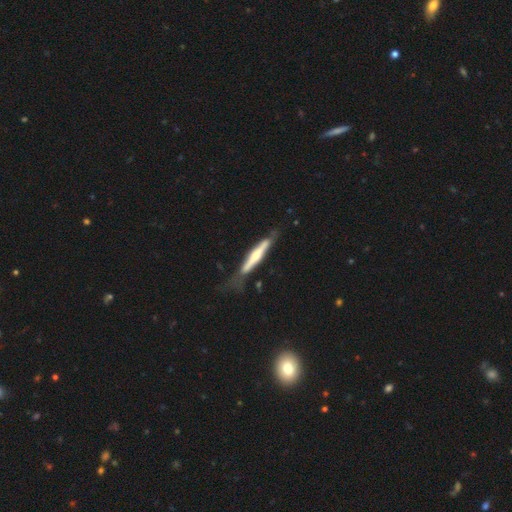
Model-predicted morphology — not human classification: Overall: featured or disk (60%; smooth 35%). Edge-on disk: yes (92%). Edge-on bulge: rounded (69%). Merging: none (59%; minor disturbance 26%).